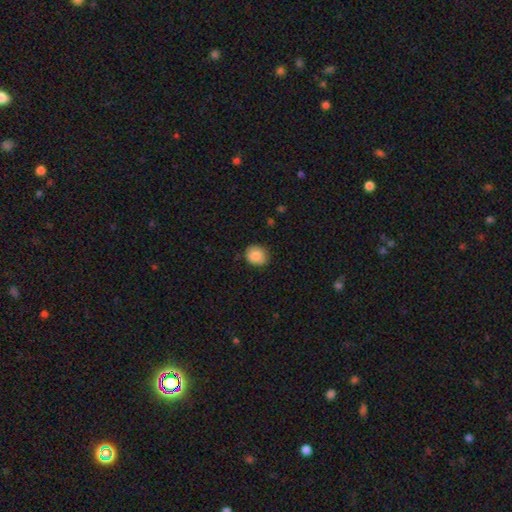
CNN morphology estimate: This is clearly a smooth galaxy (86%). How rounded: likely round (70%). Merging: clearly none (81%).